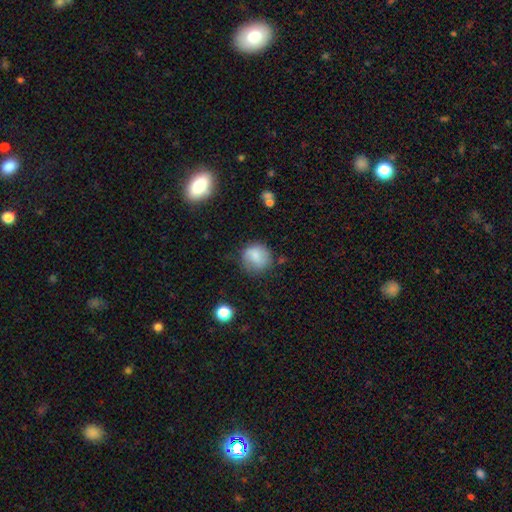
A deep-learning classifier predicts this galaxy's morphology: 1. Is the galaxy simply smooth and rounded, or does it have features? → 79% smooth, 12% featured or disk, 9% star or artifact.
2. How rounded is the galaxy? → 84% round, 15% in between, 1% cigar-shaped.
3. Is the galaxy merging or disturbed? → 65% none, 24% minor disturbance, 9% major disturbance, 3% merger.